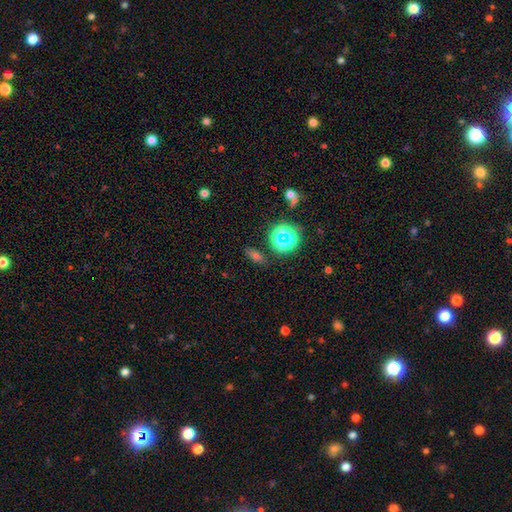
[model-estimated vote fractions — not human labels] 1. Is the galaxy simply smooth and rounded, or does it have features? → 44% star or artifact, 42% smooth, 14% featured or disk.